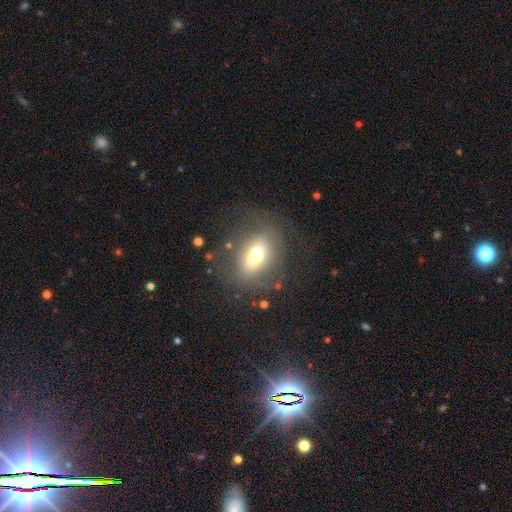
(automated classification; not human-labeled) This appears to be a smooth galaxy with no disk features (56%) that is in between round and cigar-shaped (65%). Merging: none (65%).